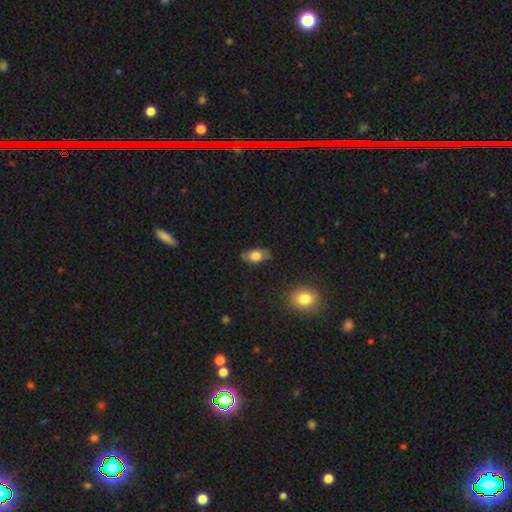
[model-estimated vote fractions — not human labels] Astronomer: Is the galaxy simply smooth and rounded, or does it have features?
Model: smooth — 67%.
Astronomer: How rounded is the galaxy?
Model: in between — 87%.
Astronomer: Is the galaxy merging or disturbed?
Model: none — 78%.